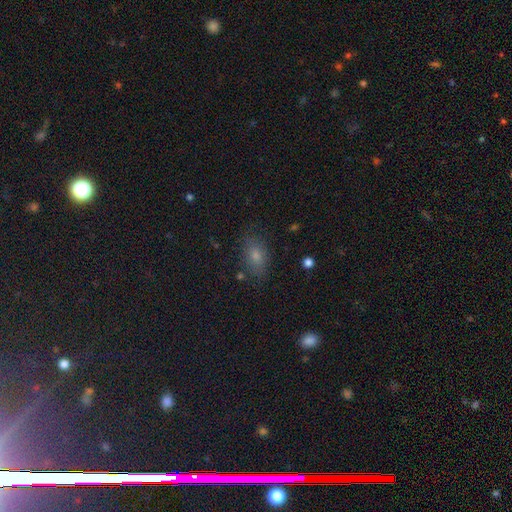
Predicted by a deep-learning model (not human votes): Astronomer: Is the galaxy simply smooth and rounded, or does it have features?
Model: smooth — 64%.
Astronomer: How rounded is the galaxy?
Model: in between — 81%.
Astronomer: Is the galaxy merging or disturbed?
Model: none — 81%.